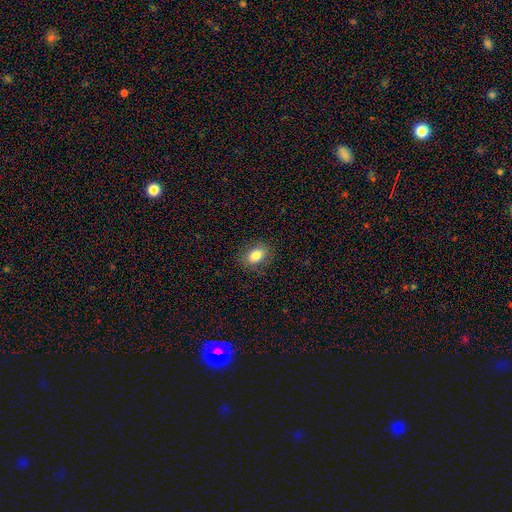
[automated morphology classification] smooth 82%, star or artifact 9%, featured or disk 9%. Down the decision tree: how rounded — in between (74%); merging — none (86%).